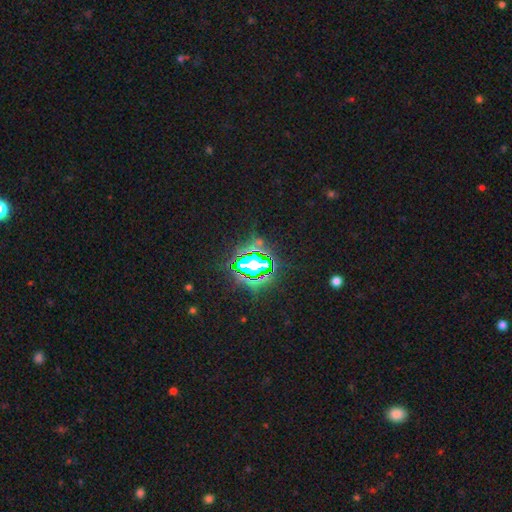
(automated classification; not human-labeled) This is clearly a star or artifact rather than a galaxy (83%).